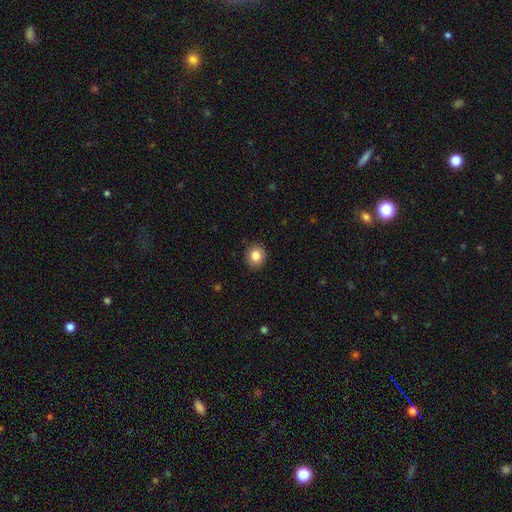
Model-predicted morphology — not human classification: A smooth galaxy with no disk features (84%) that is round (76%). Merging: none (90%).